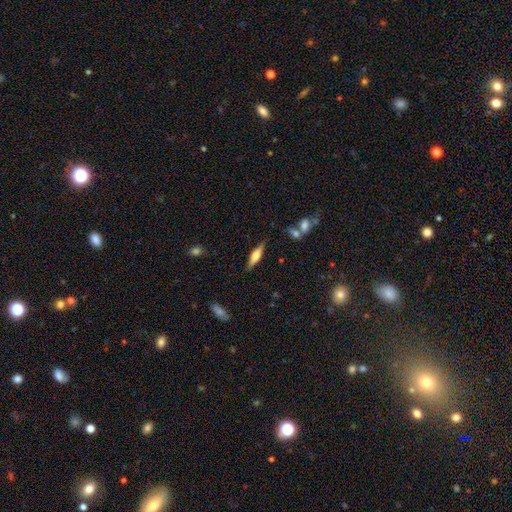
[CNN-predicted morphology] This is possibly a featured or disk galaxy (55%). It is clearly viewed edge-on (95%). Edge-on bulge: clearly rounded (84%). Merging: clearly none (84%).